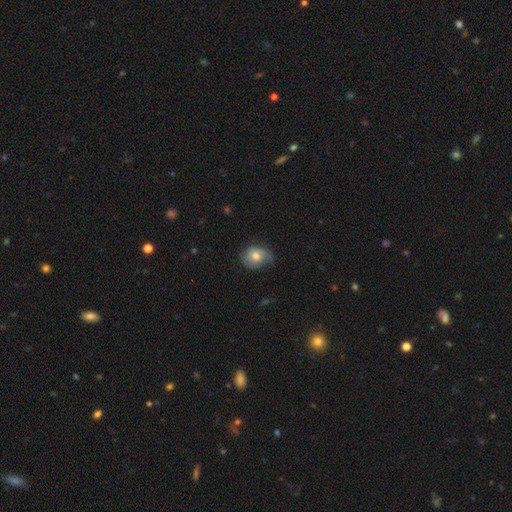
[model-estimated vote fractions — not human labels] Q: Smooth or featured?
A: smooth (65%); runner-up: featured or disk (27%)
Q: How rounded?
A: round (54%); runner-up: in between (45%)
Q: Merging?
A: none (58%); runner-up: minor disturbance (31%)